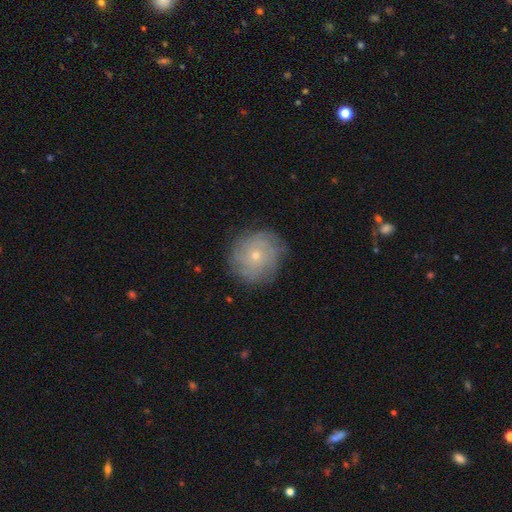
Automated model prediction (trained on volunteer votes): smooth_or_featured: featured or disk (p=0.64) [alt: smooth p=0.26]
disk_edge_on: no (p=0.97) [alt: yes p=0.03]
bar: no (p=0.86) [alt: weak p=0.11]
has_spiral_arms: yes (p=0.86) [alt: no p=0.14]
spiral_winding: tight (p=0.74) [alt: medium p=0.19]
spiral_arm_count: can't tell (p=0.46) [alt: 4 p=0.15]
bulge_size: small (p=0.74) [alt: moderate p=0.23]
merging: none (p=0.83) [alt: minor disturbance p=0.12]